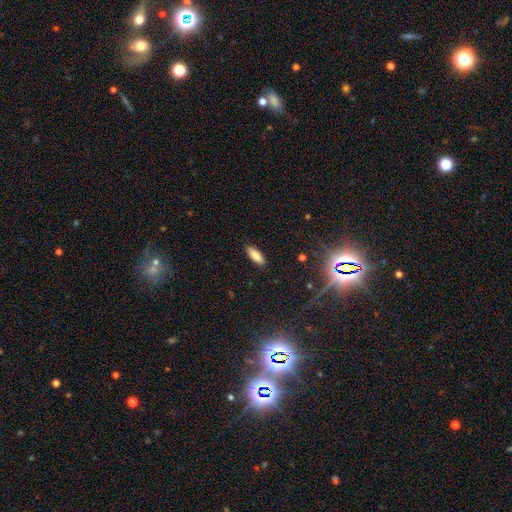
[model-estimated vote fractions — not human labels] Smooth or featured? Predicted: smooth (p=0.79). How rounded? Predicted: in between (p=0.65). Merging? Predicted: none (p=0.88).